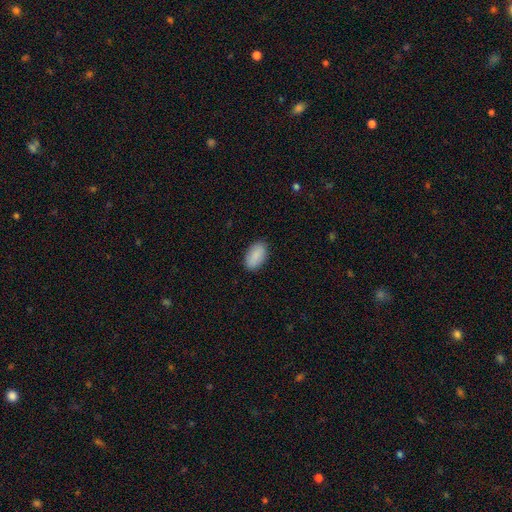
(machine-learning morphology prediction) This is clearly a smooth galaxy (89%). How rounded: clearly in between (94%). Merging: clearly none (88%).